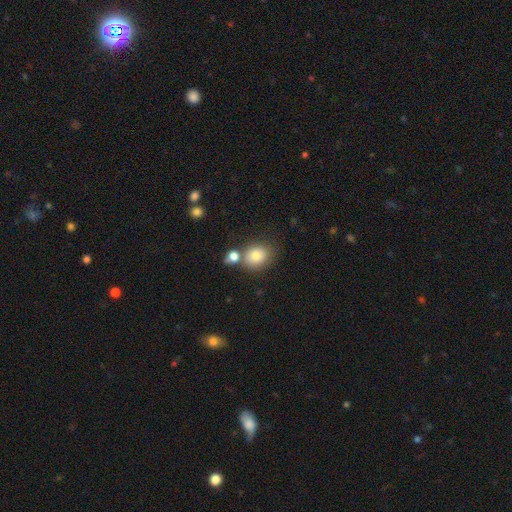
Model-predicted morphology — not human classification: Smooth or featured?
  - smooth: 81% *
  - star or artifact: 10%
  - featured or disk: 9%
How rounded?
  - round: 61% *
  - in between: 38%
  - cigar-shaped: 1%
Merging?
  - none: 59% *
  - merger: 24%
  - minor disturbance: 13%
  - major disturbance: 4%